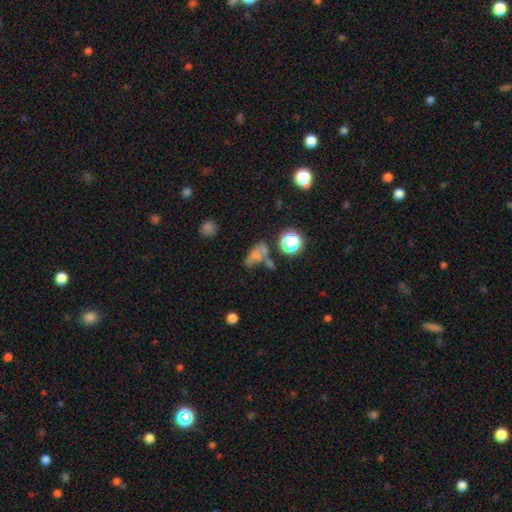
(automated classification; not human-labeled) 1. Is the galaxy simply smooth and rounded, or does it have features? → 55% smooth, 24% star or artifact, 21% featured or disk.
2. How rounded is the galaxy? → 70% in between, 22% round, 8% cigar-shaped.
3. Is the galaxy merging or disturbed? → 32% none, 31% merger, 19% major disturbance, 18% minor disturbance.